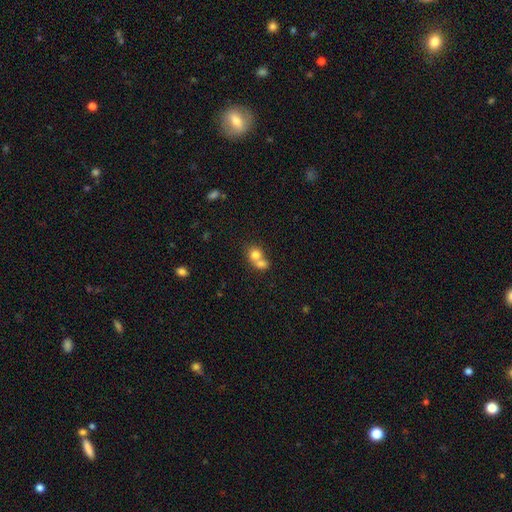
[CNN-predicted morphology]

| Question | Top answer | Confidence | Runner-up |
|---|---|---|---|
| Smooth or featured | smooth | 77% | featured or disk (13%) |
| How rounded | round | 71% | in between (28%) |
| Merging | merger | 65% | none (27%) |